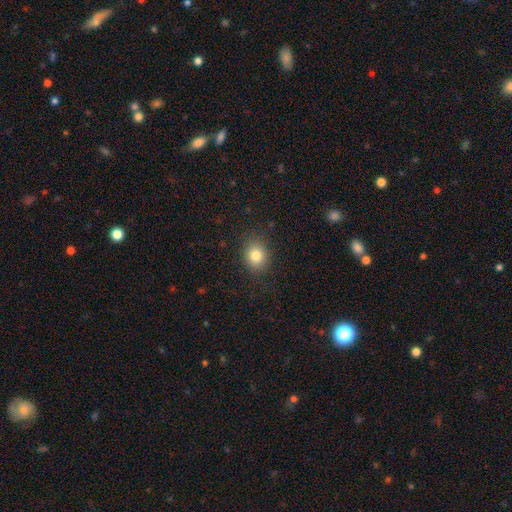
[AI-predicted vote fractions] Smooth or featured?
  - smooth: 81% *
  - star or artifact: 11%
  - featured or disk: 7%
How rounded?
  - round: 71% *
  - in between: 28%
  - cigar-shaped: 1%
Merging?
  - none: 87% *
  - minor disturbance: 9%
  - major disturbance: 3%
  - merger: 1%